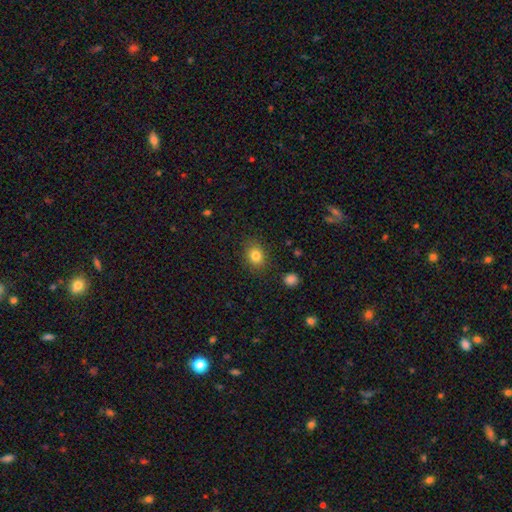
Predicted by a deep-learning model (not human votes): smooth 82%, star or artifact 11%, featured or disk 7%. Down the decision tree: how rounded — round (51%); merging — none (85%).